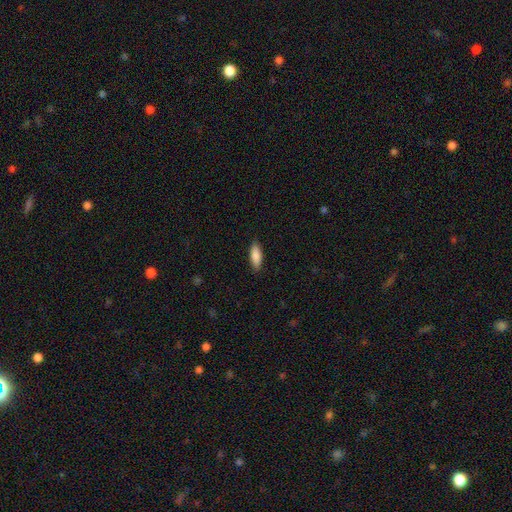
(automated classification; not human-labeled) The model was most divided on "how rounded": in between: 70%, cigar-shaped: 28%, round: 2%. More confident: merging — none (88%); smooth or featured — smooth (88%).